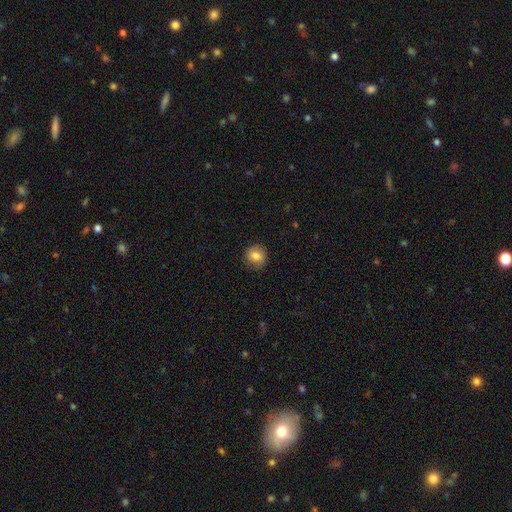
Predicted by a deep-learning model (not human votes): Smooth or featured? Predicted: smooth (p=0.80). How rounded? Predicted: round (p=0.88). Merging? Predicted: none (p=0.86).